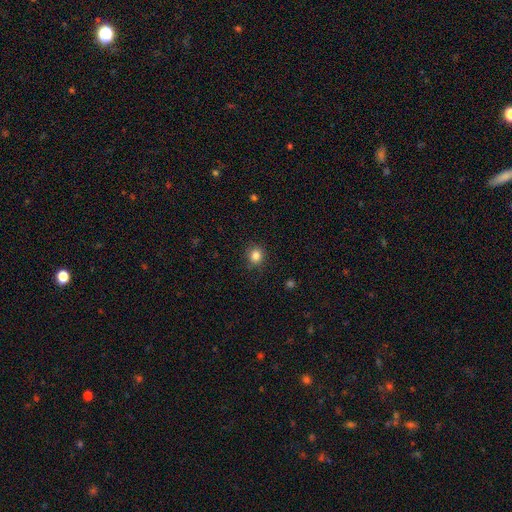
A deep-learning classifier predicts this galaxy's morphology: smooth 84%, star or artifact 11%, featured or disk 5%. Down the decision tree: how rounded — round (86%); merging — none (87%).